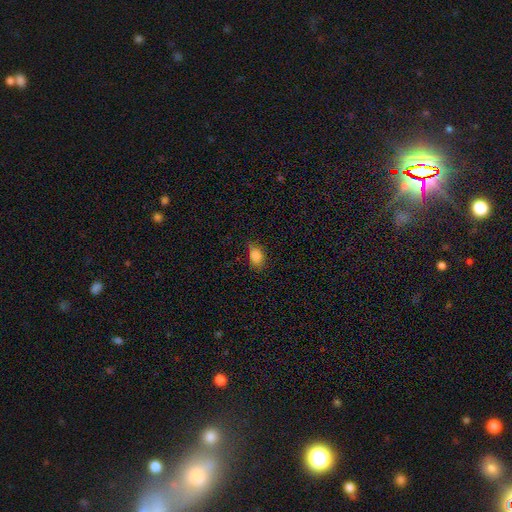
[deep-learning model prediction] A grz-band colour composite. It shows a smooth galaxy with no disk features (84%) that is in between round and cigar-shaped (82%). Merging: none (75%).